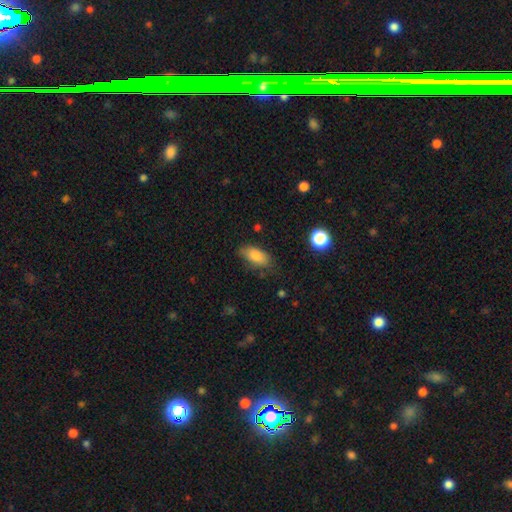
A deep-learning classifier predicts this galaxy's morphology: A smooth galaxy with no disk features (85%) that is in between round and cigar-shaped (88%).

Vote fractions:
- Smooth or featured? smooth: 85% / star or artifact: 8% / featured or disk: 7%
- How rounded? in between: 88% / cigar-shaped: 8% / round: 4%
- Merging? none: 75% / minor disturbance: 19% / major disturbance: 5% / merger: 2%